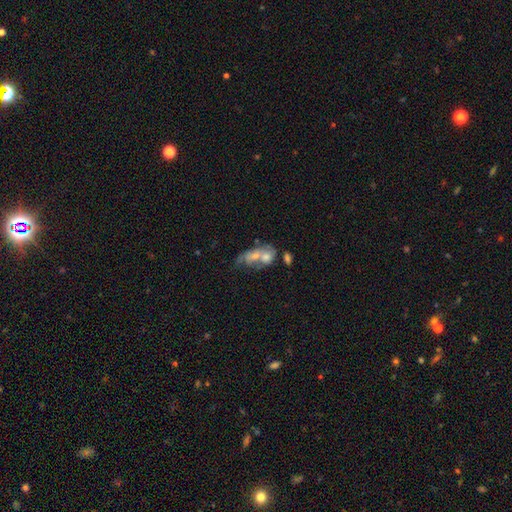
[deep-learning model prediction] Smooth or featured: featured or disk — 47% (smooth — 38%)
Merging: merger — 56% (none — 20%)